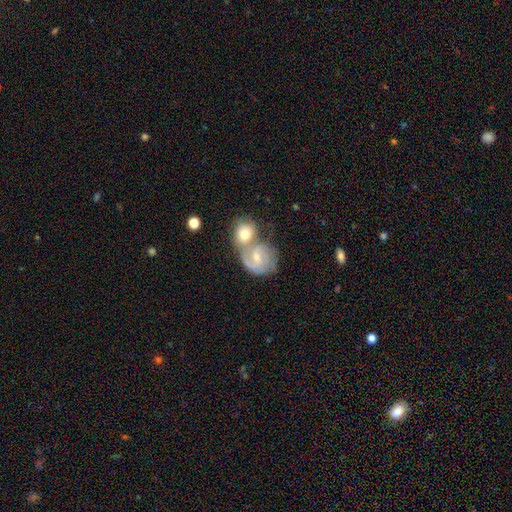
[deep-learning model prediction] Smooth or featured? Predicted: featured or disk (p=0.70). Edge-on disk? Predicted: no (p=0.97). Bar? Predicted: no (p=0.50). Spiral arms? Predicted: yes (p=0.88). Spiral winding? Predicted: tight (p=0.52). Spiral arm count? Predicted: 2 (p=0.59). Bulge size? Predicted: small (p=0.51). Merging? Predicted: merger (p=0.54).